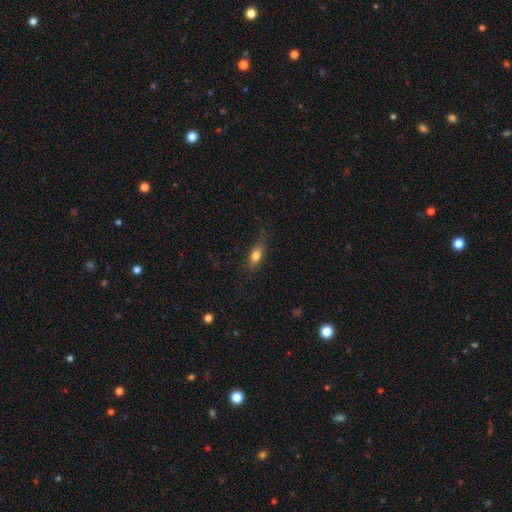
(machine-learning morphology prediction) Overall: smooth (78%). How rounded: in between (75%). Merging: none (73%).